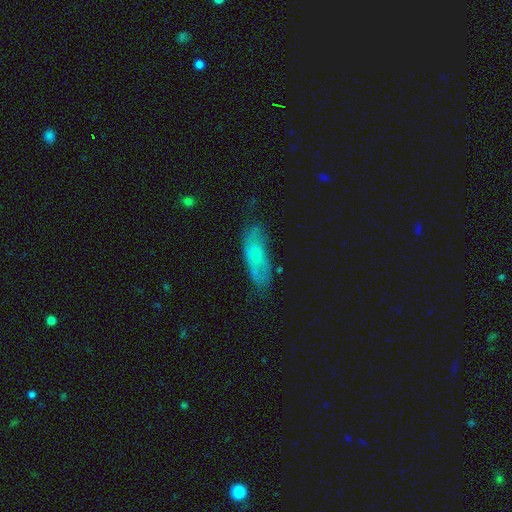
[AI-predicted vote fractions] A smooth galaxy with no disk features (53%) that is in between round and cigar-shaped (60%). Merging: none (65%).